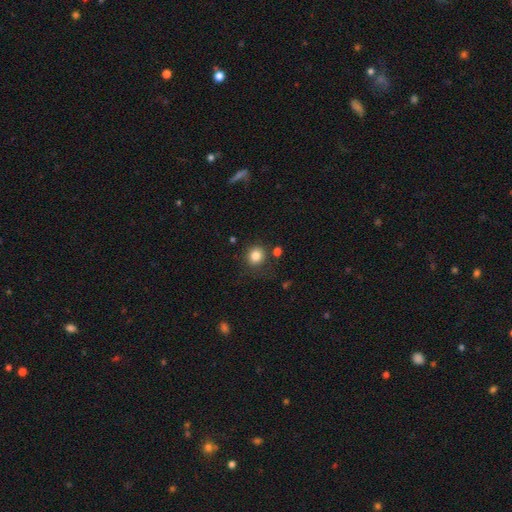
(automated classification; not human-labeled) A smooth galaxy with no disk features (83%) that is round (83%). Merging: none (78%).